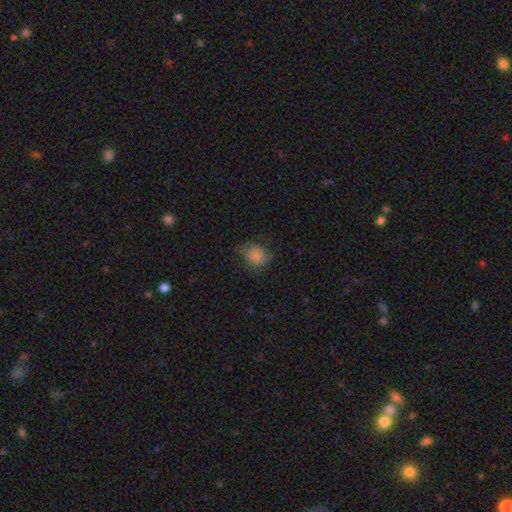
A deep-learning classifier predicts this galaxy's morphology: Q: Smooth or featured?
A: smooth (64%); runner-up: featured or disk (26%)
Q: How rounded?
A: round (63%); runner-up: in between (36%)
Q: Merging?
A: none (52%); runner-up: minor disturbance (30%)